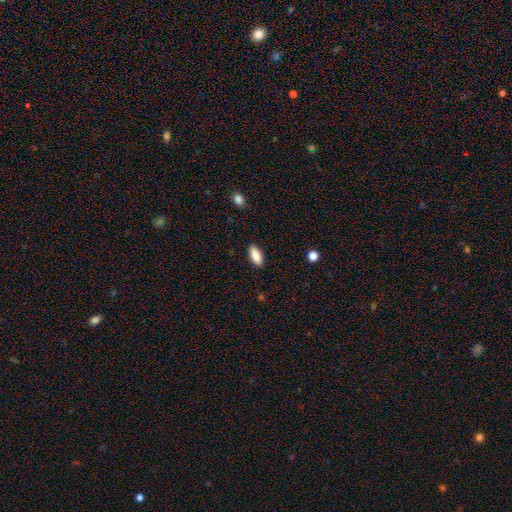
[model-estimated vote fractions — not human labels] Smooth or featured? smooth (87%)
How rounded? in between (82%)
Merging? none (88%)